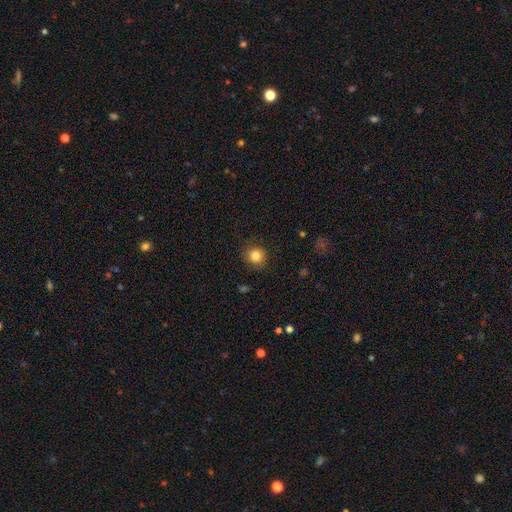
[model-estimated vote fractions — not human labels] Smooth or featured? smooth (85%)
How rounded? round (88%)
Merging? none (87%)